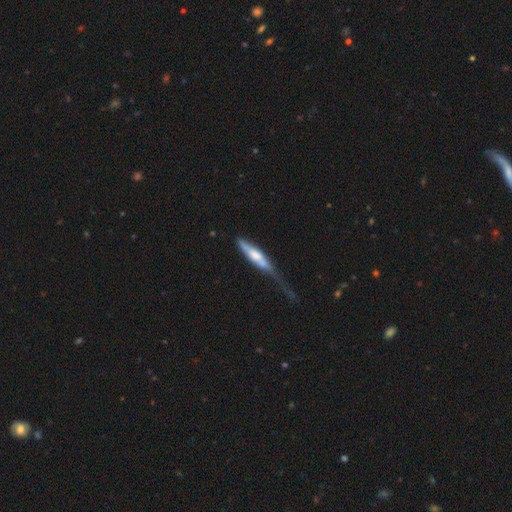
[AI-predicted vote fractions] Smooth or featured? Predicted: smooth (p=0.51). How rounded? Predicted: cigar-shaped (p=0.79). Merging? Predicted: major disturbance (p=0.41).